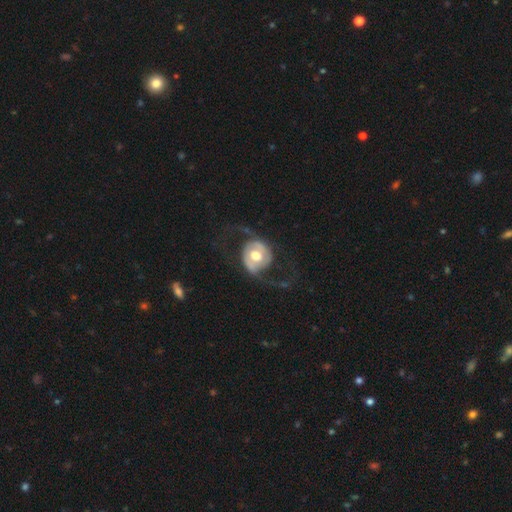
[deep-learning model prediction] Smooth or featured: featured or disk — 74% (smooth — 21%)
Edge-on disk: no — 96% (yes — 4%)
Bar: no — 59% (weak — 28%)
Spiral arms: yes — 73% (no — 27%)
Spiral winding: loose — 63% (medium — 28%)
Spiral arm count: 2 — 87% (1 — 5%)
Bulge size: moderate — 64% (large — 27%)
Merging: none — 55% (major disturbance — 30%)